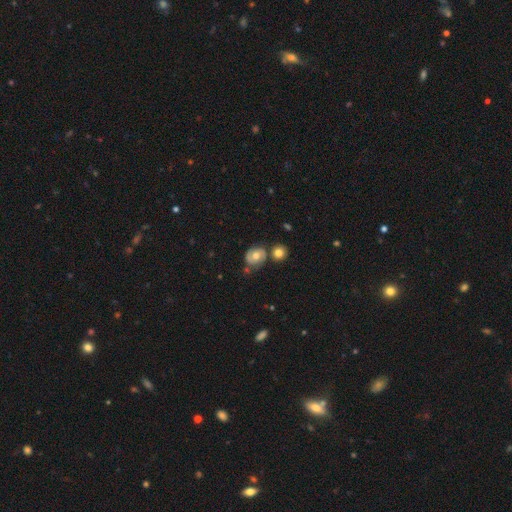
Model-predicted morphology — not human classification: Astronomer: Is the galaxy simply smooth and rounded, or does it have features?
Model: featured or disk — 61%.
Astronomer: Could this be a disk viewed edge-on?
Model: no — 97%.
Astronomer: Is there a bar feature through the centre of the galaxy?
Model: no — 72%.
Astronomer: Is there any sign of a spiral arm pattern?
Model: yes — 83%.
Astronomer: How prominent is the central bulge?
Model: moderate — 74%.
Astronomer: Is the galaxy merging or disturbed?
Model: none — 62%.